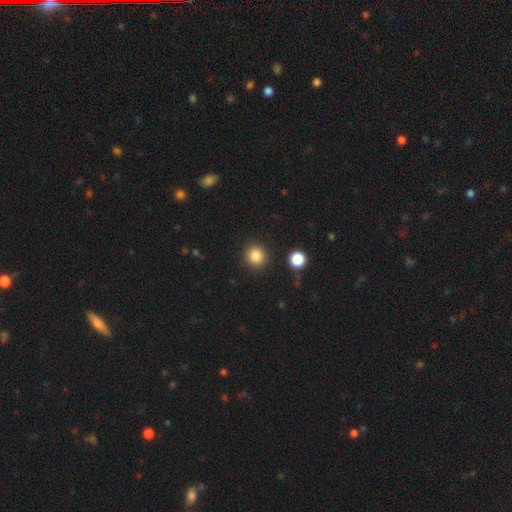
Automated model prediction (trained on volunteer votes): Q: Smooth or featured?
A: smooth (85%); runner-up: star or artifact (11%)
Q: How rounded?
A: round (90%); runner-up: in between (9%)
Q: Merging?
A: none (90%); runner-up: minor disturbance (6%)